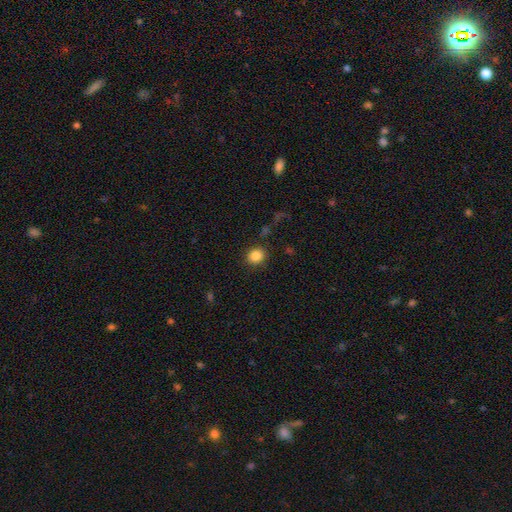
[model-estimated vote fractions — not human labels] Smooth or featured? Predicted: smooth (p=0.86). How rounded? Predicted: round (p=0.77). Merging? Predicted: none (p=0.87).